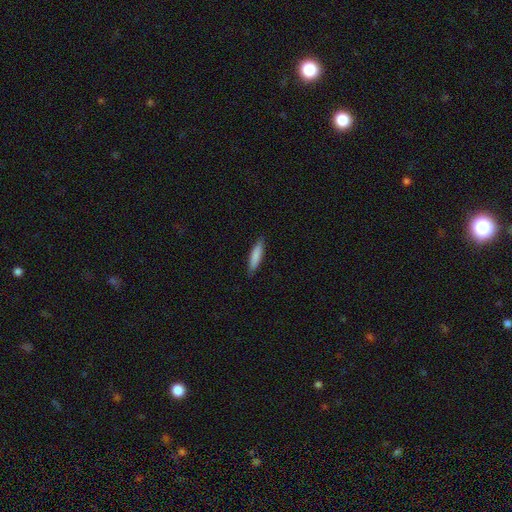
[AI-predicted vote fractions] Q: Smooth or featured?
A: smooth (83%); runner-up: featured or disk (11%)
Q: How rounded?
A: cigar-shaped (81%); runner-up: in between (18%)
Q: Merging?
A: none (88%); runner-up: minor disturbance (9%)